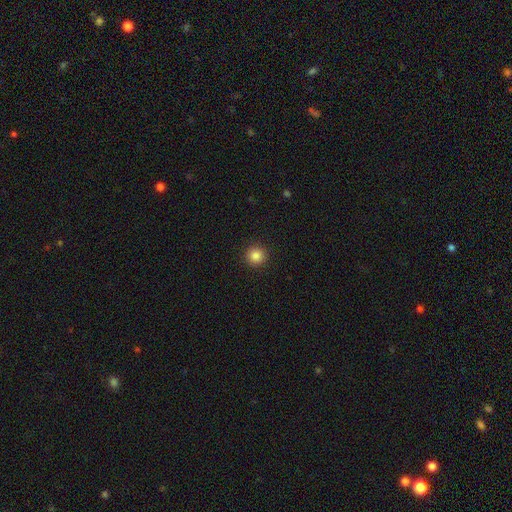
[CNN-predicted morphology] Overall: smooth (85%). How rounded: round (95%). Merging: none (93%).